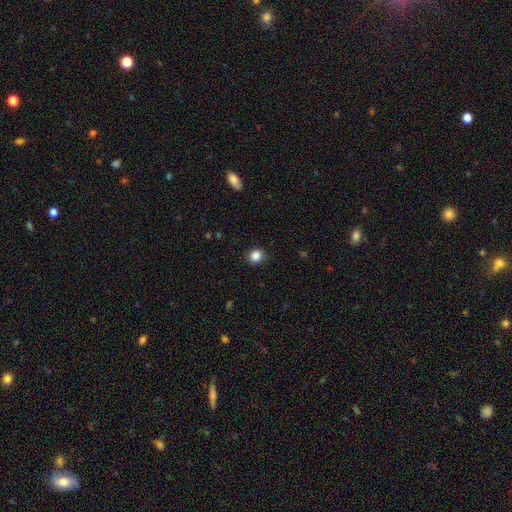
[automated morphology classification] This appears to be a smooth galaxy with no disk features (86%) that is round (83%). Merging: none (88%).